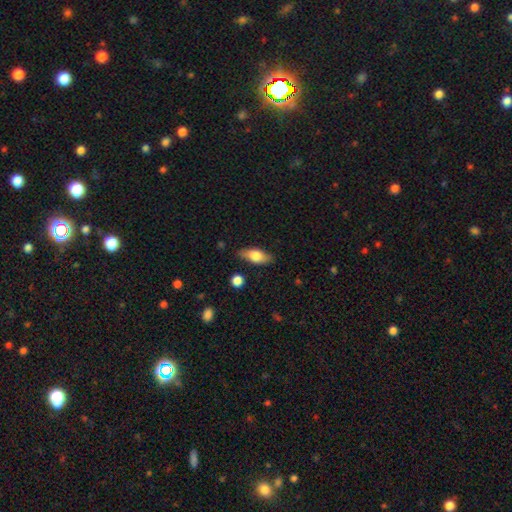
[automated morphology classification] smooth-or-featured: smooth: 70% | featured or disk: 23% | star or artifact: 7%
  how-rounded: in between: 81% | cigar-shaped: 15% | round: 4%
  merging: none: 79% | minor disturbance: 15% | major disturbance: 3% | merger: 2%